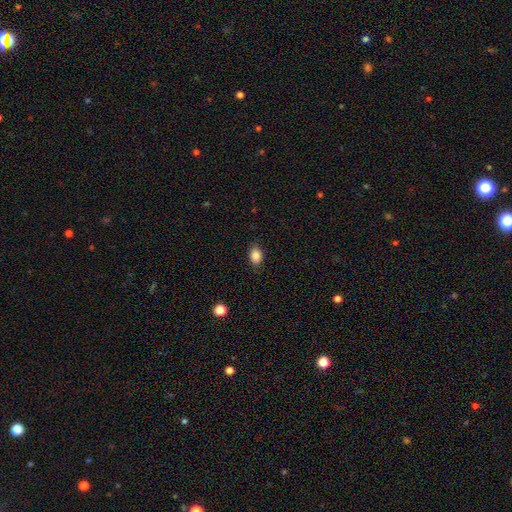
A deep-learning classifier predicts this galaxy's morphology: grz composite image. It shows a smooth galaxy with no disk features (86%) that is in between round and cigar-shaped (79%). Merging: none (86%).